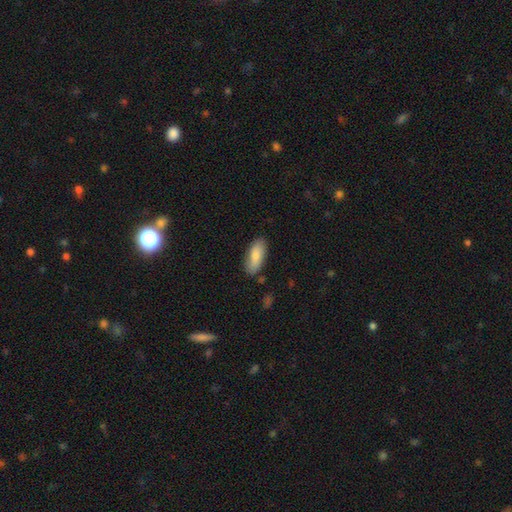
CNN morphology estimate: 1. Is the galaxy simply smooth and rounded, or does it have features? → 83% smooth, 11% featured or disk, 6% star or artifact.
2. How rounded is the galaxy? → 81% in between, 17% cigar-shaped, 2% round.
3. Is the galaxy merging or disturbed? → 81% none, 14% minor disturbance, 3% major disturbance, 2% merger.